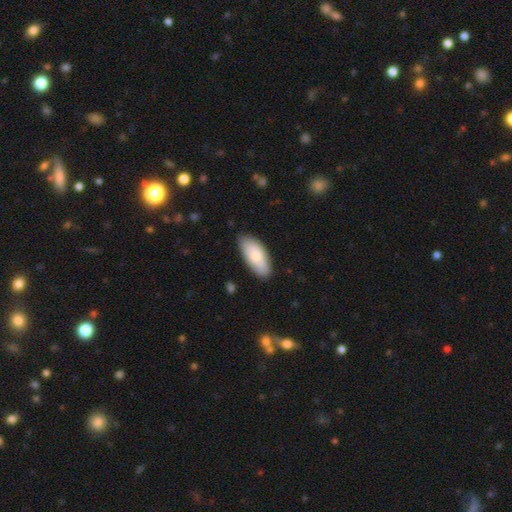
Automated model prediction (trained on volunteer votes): A smooth galaxy with no disk features (72%) that is in between round and cigar-shaped (88%). Merging: none (77%).